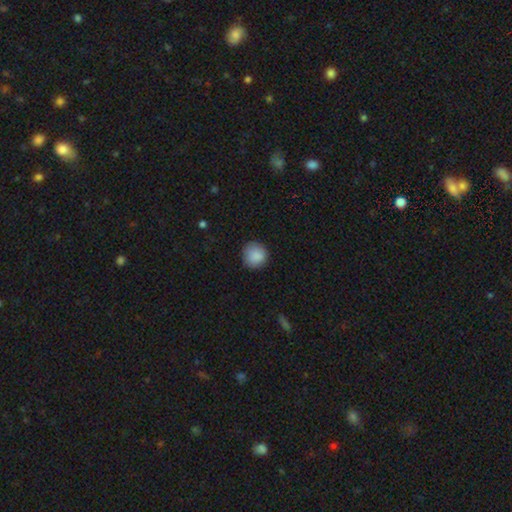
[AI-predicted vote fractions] Smooth or featured: smooth — 88% (star or artifact — 8%)
How rounded: round — 91% (in between — 8%)
Merging: none — 84% (minor disturbance — 12%)